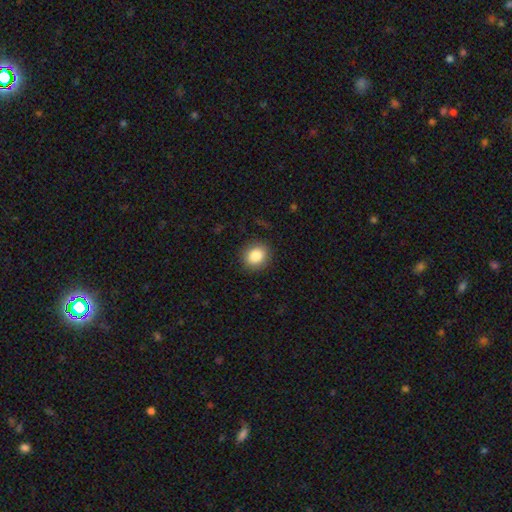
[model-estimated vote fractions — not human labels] smooth_or_featured: smooth (p=0.85) [alt: star or artifact p=0.09]
how_rounded: round (p=0.74) [alt: in between p=0.26]
merging: none (p=0.88) [alt: minor disturbance p=0.08]